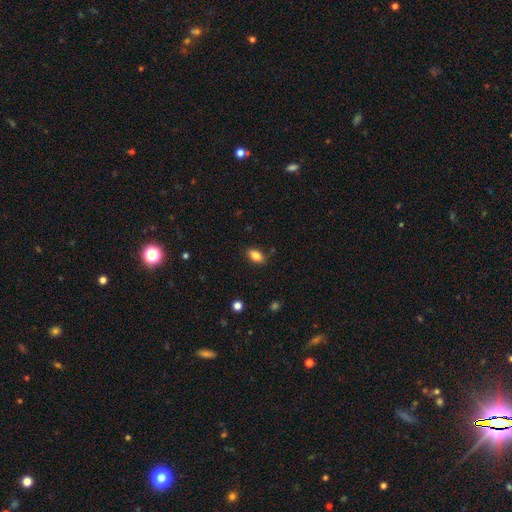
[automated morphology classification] A smooth galaxy with no disk features (85%) that is in between round and cigar-shaped (90%).

Vote fractions:
- Smooth or featured? smooth: 85% / star or artifact: 9% / featured or disk: 6%
- How rounded? in between: 90% / round: 6% / cigar-shaped: 4%
- Merging? none: 86% / minor disturbance: 10% / major disturbance: 2% / merger: 1%